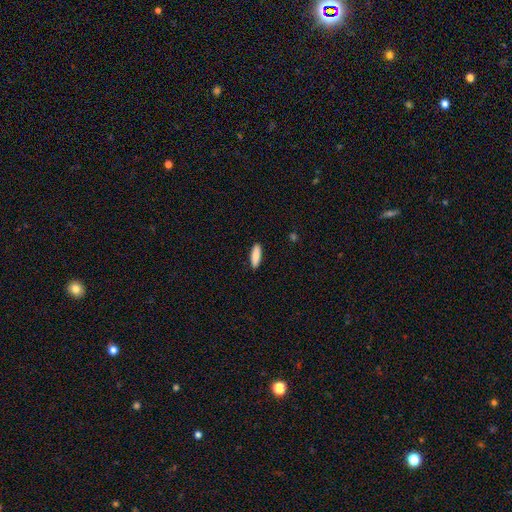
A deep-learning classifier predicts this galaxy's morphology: Q: Smooth or featured?
A: smooth (89%); runner-up: featured or disk (6%)
Q: How rounded?
A: cigar-shaped (51%); runner-up: in between (47%)
Q: Merging?
A: none (90%); runner-up: minor disturbance (7%)